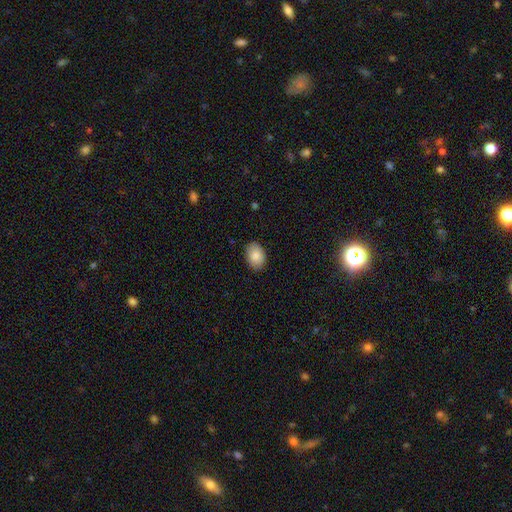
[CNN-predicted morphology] A smooth galaxy with no disk features (86%) that is in between round and cigar-shaped (78%).

Vote fractions:
- Smooth or featured? smooth: 86% / featured or disk: 7% / star or artifact: 7%
- How rounded? in between: 78% / round: 21% / cigar-shaped: 1%
- Merging? none: 86% / minor disturbance: 11% / major disturbance: 2% / merger: 1%